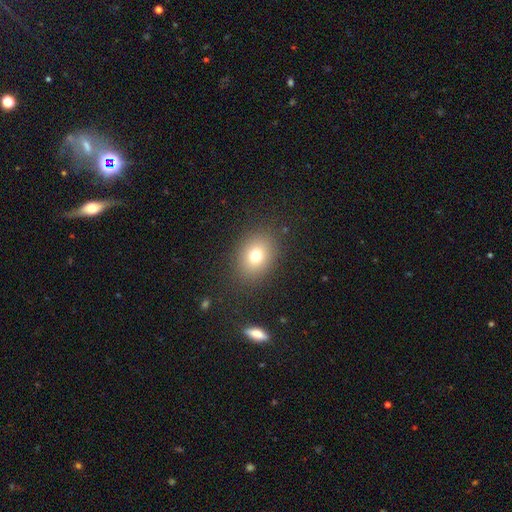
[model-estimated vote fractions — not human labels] Smooth or featured? Predicted: smooth (p=0.75). How rounded? Predicted: in between (p=0.57). Merging? Predicted: none (p=0.85).